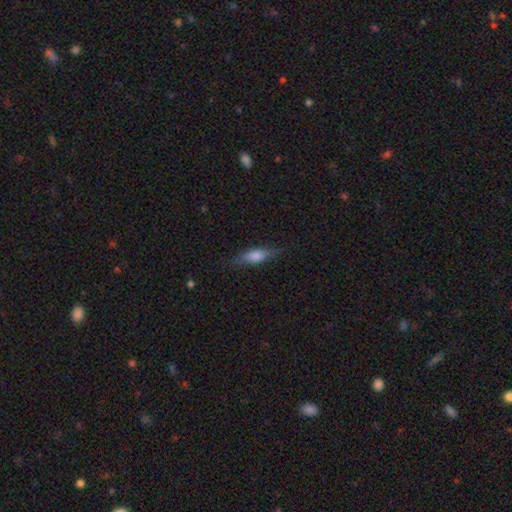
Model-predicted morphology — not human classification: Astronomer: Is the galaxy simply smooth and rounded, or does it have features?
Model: smooth — 66%.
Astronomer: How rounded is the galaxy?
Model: in between — 49% (runner-up: cigar-shaped, 48%).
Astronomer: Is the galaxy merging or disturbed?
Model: none — 78%.